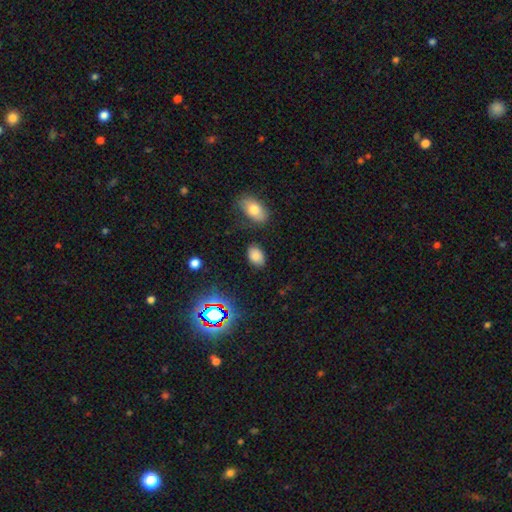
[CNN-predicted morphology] smooth_or_featured: smooth (p=0.79) [alt: star or artifact p=0.14]
how_rounded: in between (p=0.88) [alt: round p=0.11]
merging: none (p=0.82) [alt: minor disturbance p=0.12]